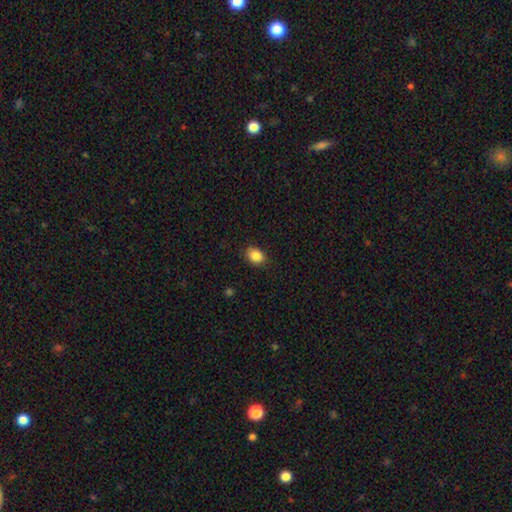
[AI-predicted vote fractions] Q: Smooth or featured?
A: smooth (87%); runner-up: star or artifact (9%)
Q: How rounded?
A: in between (59%); runner-up: round (40%)
Q: Merging?
A: none (87%); runner-up: minor disturbance (10%)